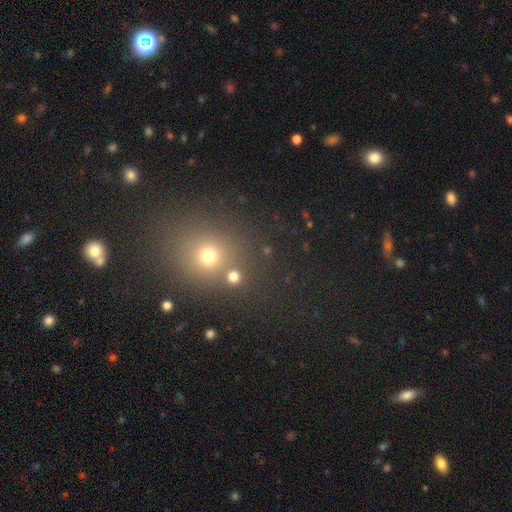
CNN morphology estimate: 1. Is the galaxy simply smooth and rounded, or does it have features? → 53% smooth, 38% star or artifact, 9% featured or disk.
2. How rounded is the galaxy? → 76% round, 22% in between, 1% cigar-shaped.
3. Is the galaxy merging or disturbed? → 77% none, 10% merger, 9% minor disturbance, 4% major disturbance.